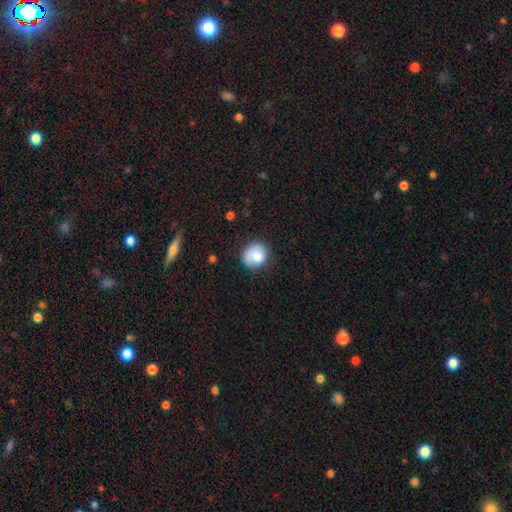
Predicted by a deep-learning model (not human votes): The model was most divided on "merging": none: 73%, minor disturbance: 20%, major disturbance: 5%, merger: 2%. More confident: how rounded — round (84%); smooth or featured — smooth (80%).